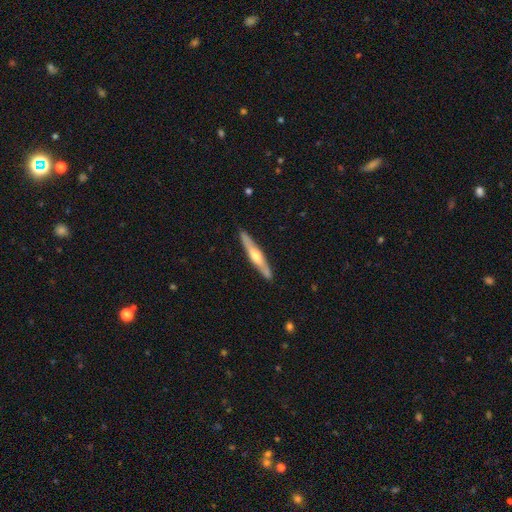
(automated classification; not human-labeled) Smooth or featured? Predicted: featured or disk (p=0.58). Edge-on disk? Predicted: yes (p=0.92). Edge-on bulge? Predicted: rounded (p=0.83). Merging? Predicted: none (p=0.89).